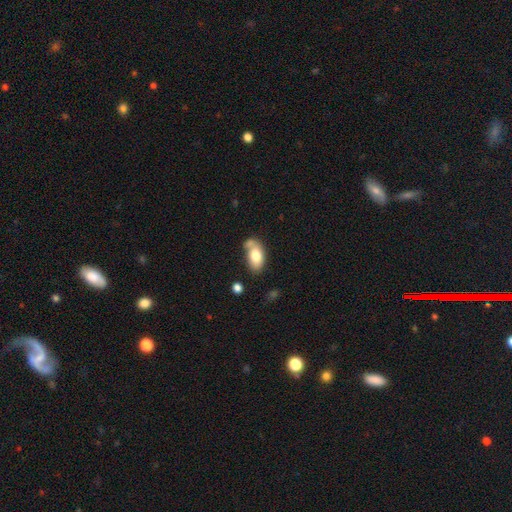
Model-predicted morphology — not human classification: This appears to be a smooth galaxy with no disk features (77%) that is in between round and cigar-shaped (92%). Merging: none (45%).